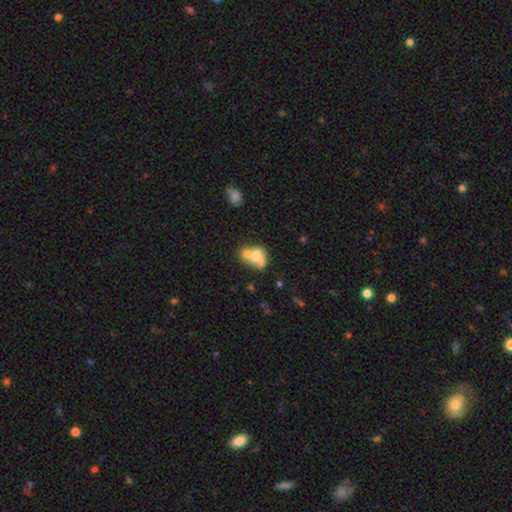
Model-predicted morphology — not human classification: Smooth or featured: smooth — 61% (featured or disk — 29%)
How rounded: in between — 58% (round — 41%)
Merging: merger — 65% (none — 19%)